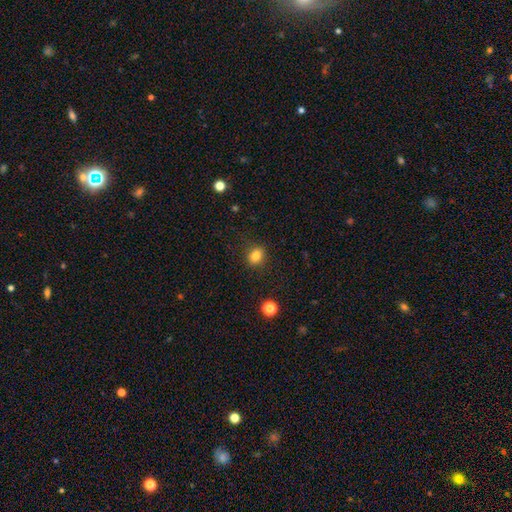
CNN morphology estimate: Smooth or featured? smooth (82%)
How rounded? round (60%)
Merging? none (87%)